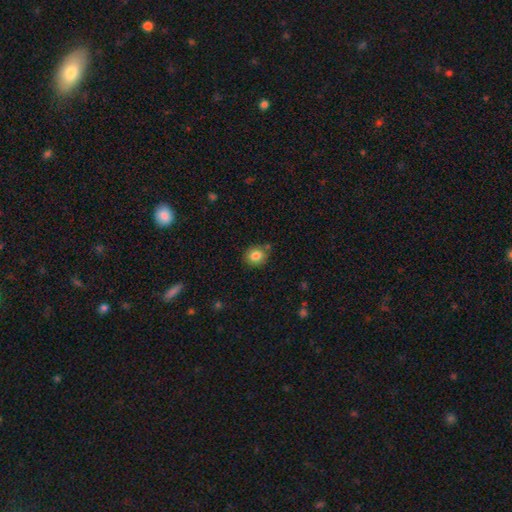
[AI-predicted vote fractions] Overall: smooth (83%). How rounded: round (73%). Merging: none (79%).